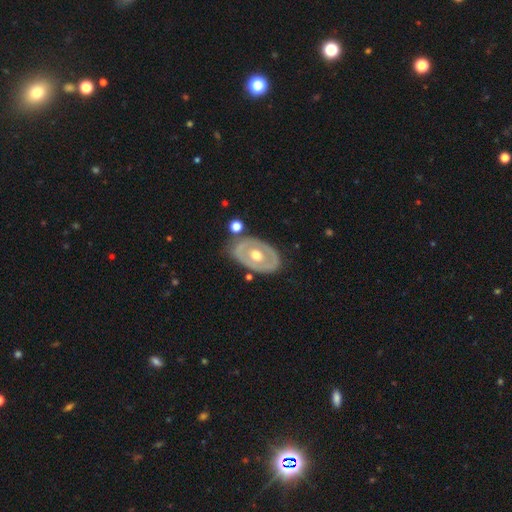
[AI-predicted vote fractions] Smooth or featured? Predicted: featured or disk (p=0.65). Edge-on disk? Predicted: no (p=0.90). Bar? Predicted: no (p=0.87). Spiral arms? Predicted: no (p=0.86). Bulge size? Predicted: moderate (p=0.77). Merging? Predicted: none (p=0.78).